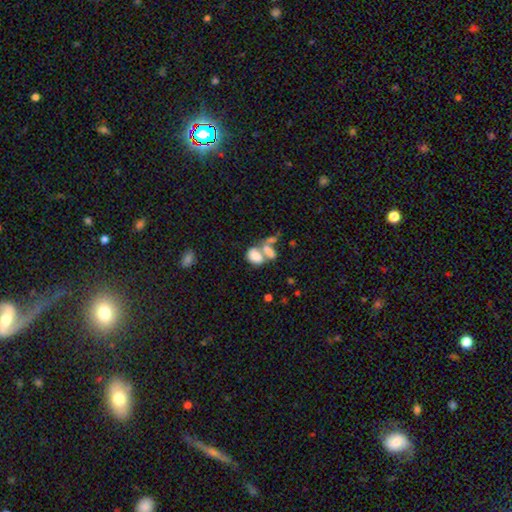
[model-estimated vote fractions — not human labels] Smooth or featured? Predicted: smooth (p=0.75). How rounded? Predicted: in between (p=0.83). Merging? Predicted: merger (p=0.62).